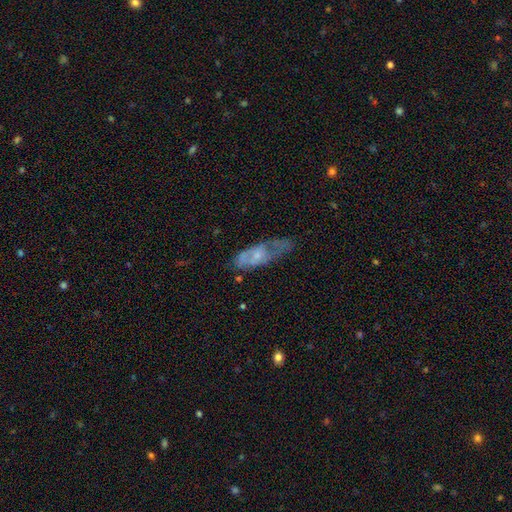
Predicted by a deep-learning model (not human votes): Overall: featured or disk (53%; smooth 39%). Edge-on disk: no (81%). Merging: none (43%; minor disturbance 31%).